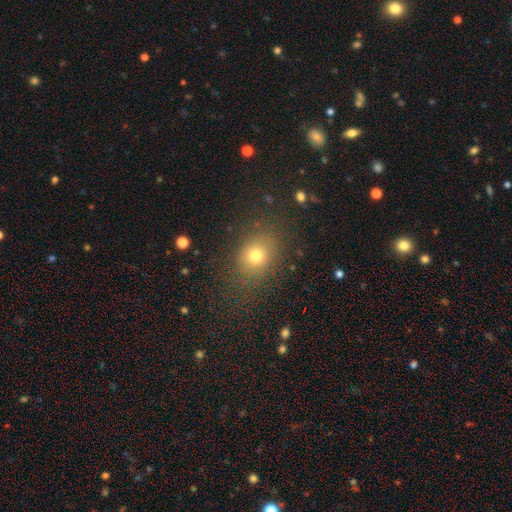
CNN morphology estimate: Smooth or featured? Predicted: smooth (p=0.73). How rounded? Predicted: round (p=0.53). Merging? Predicted: none (p=0.79).